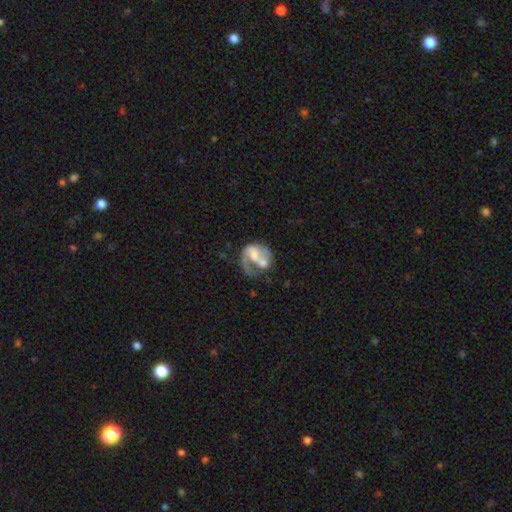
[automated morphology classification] The model was most divided on "merging": major disturbance: 30%, merger: 29%, none: 27%, minor disturbance: 14%. Remaining: edge-on disk — no (98%); spiral arms — yes (69%); smooth or featured — featured or disk (64%); bar — no (59%); bulge size — moderate (35%).